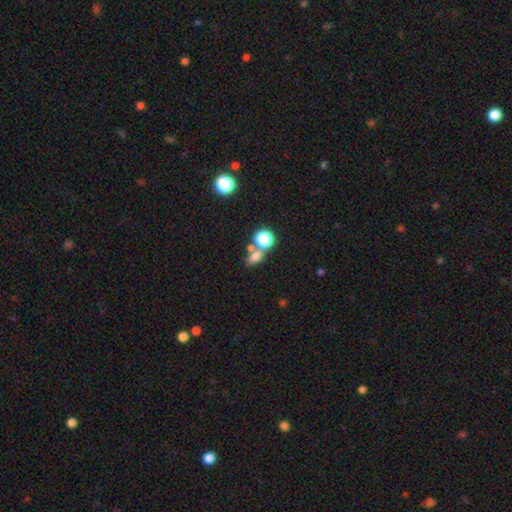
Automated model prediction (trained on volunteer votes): A smooth galaxy with no disk features (71%) that is in between round and cigar-shaped (64%).

Vote fractions:
- Smooth or featured? smooth: 71% / star or artifact: 18% / featured or disk: 10%
- How rounded? in between: 64% / round: 32% / cigar-shaped: 4%
- Merging? none: 49% / merger: 36% / minor disturbance: 10% / major disturbance: 5%